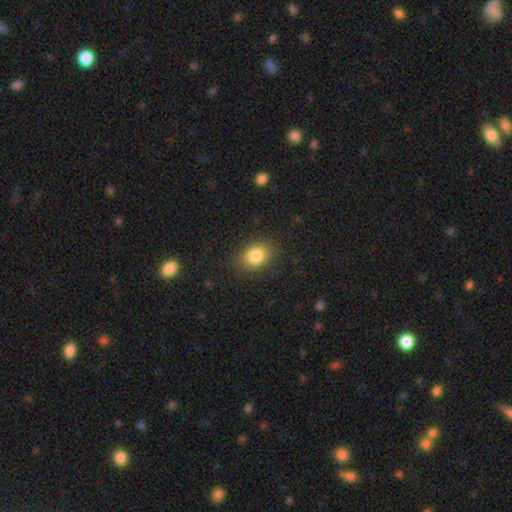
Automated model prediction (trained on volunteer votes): Smooth or featured: smooth — 84% (star or artifact — 10%)
How rounded: in between — 61% (round — 38%)
Merging: none — 84% (minor disturbance — 11%)